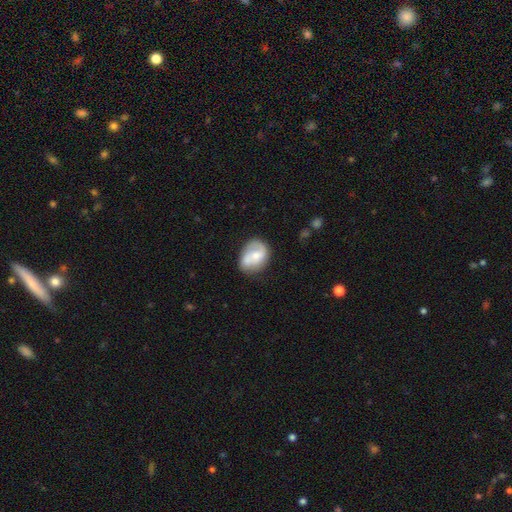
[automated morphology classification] smooth-or-featured: featured or disk: 50% | smooth: 44% | star or artifact: 7%
  merging: none: 58% | minor disturbance: 27% | major disturbance: 9% | merger: 7%